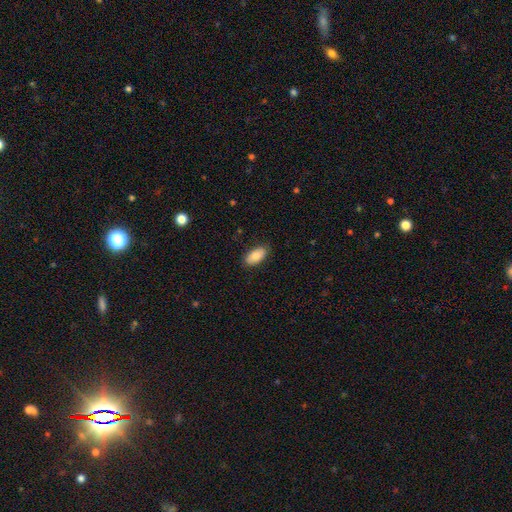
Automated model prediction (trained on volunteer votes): This appears to be a smooth galaxy with no disk features (81%) that is in between round and cigar-shaped (93%). Merging: none (86%).